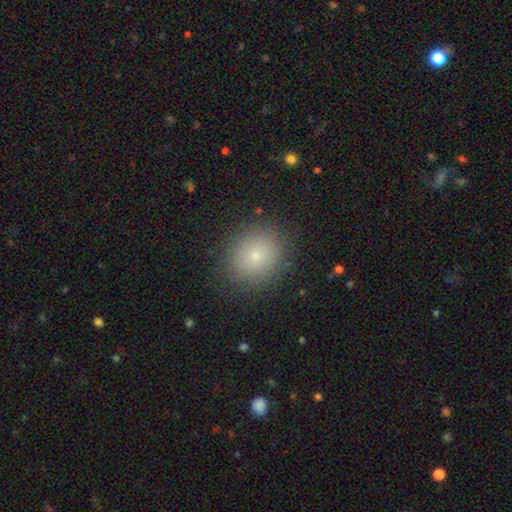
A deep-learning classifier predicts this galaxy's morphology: Smooth or featured?
  - smooth: 79% *
  - star or artifact: 12%
  - featured or disk: 9%
How rounded?
  - round: 73% *
  - in between: 26%
  - cigar-shaped: 1%
Merging?
  - none: 88% *
  - minor disturbance: 8%
  - major disturbance: 3%
  - merger: 1%